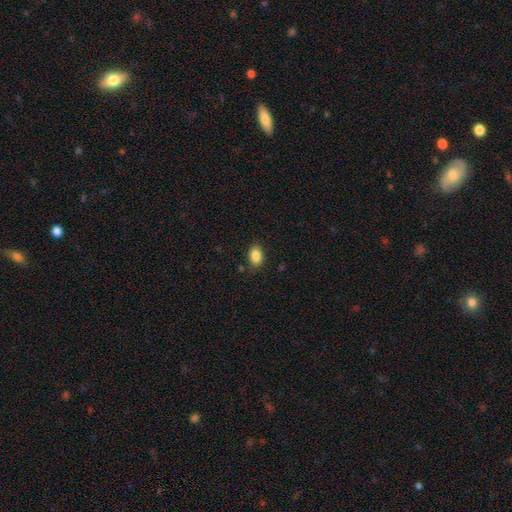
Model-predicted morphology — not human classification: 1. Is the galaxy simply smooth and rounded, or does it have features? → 87% smooth, 8% star or artifact, 5% featured or disk.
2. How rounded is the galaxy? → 84% in between, 14% round, 1% cigar-shaped.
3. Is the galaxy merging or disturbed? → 84% none, 11% minor disturbance, 3% major disturbance, 2% merger.